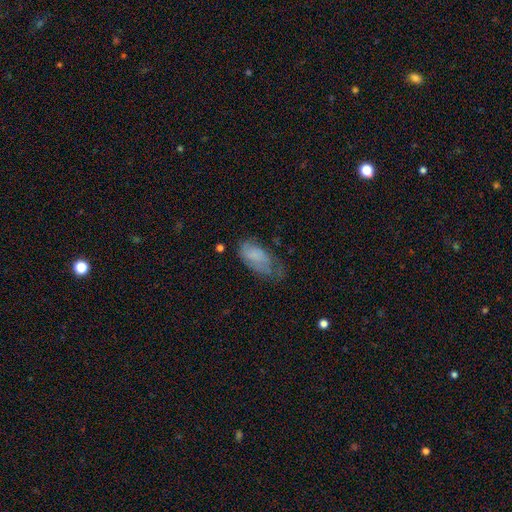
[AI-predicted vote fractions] This is likely a smooth galaxy (66%). How rounded: clearly in between (92%). Merging: marginally minor disturbance (36%).